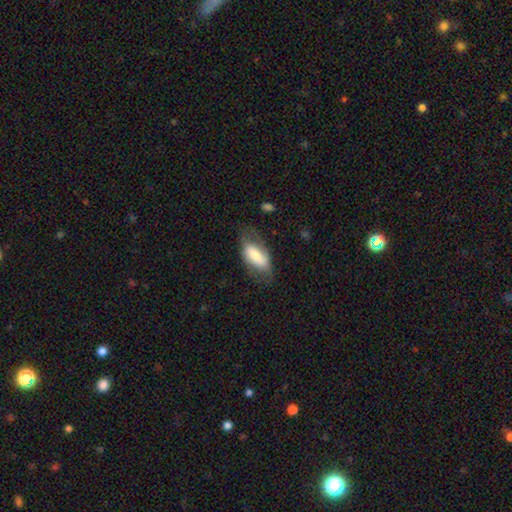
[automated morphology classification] Q: Smooth or featured?
A: smooth (61%); runner-up: featured or disk (32%)
Q: How rounded?
A: in between (88%); runner-up: cigar-shaped (9%)
Q: Merging?
A: none (57%); runner-up: minor disturbance (26%)